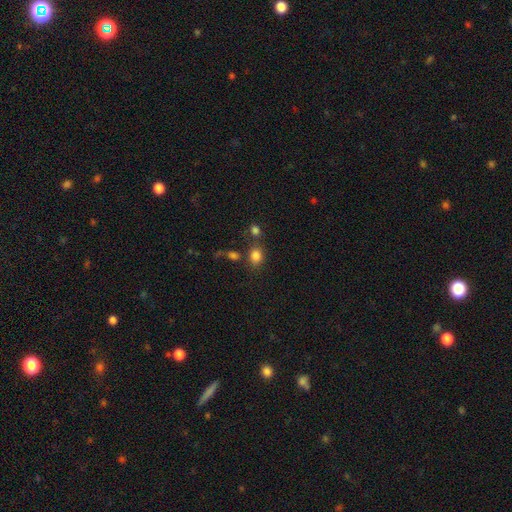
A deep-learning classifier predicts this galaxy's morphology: Smooth or featured? smooth (81%)
How rounded? in between (51%)
Merging? none (65%)